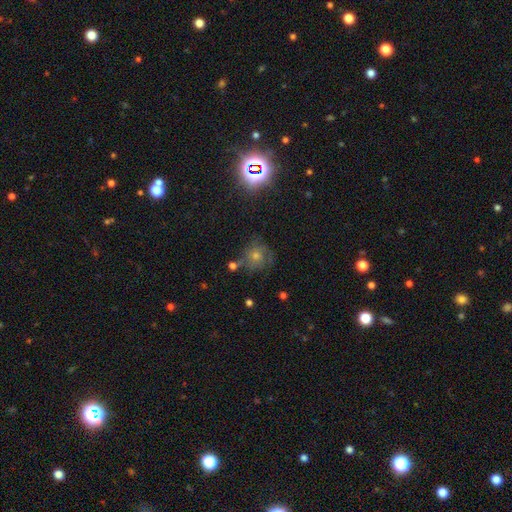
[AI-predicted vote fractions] smooth_or_featured: featured or disk (p=0.38) [alt: star or artifact p=0.36]
merging: none (p=0.69) [alt: minor disturbance p=0.16]